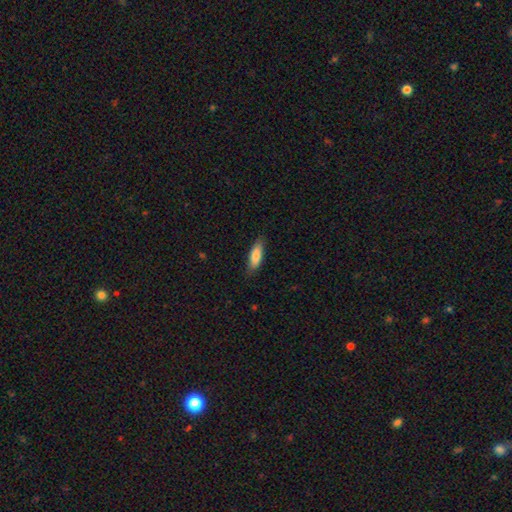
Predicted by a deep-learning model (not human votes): smooth 81%, featured or disk 13%, star or artifact 6%. Down the decision tree: how rounded — in between (52%); merging — none (82%).